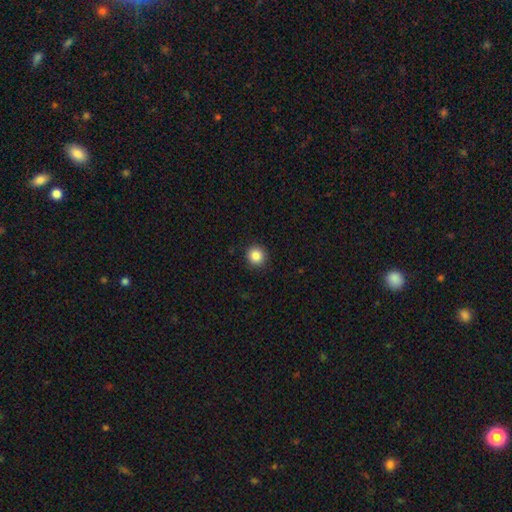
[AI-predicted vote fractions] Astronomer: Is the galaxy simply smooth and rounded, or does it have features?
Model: smooth — 87%.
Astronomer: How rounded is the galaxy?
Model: round — 93%.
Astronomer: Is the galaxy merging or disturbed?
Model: none — 91%.